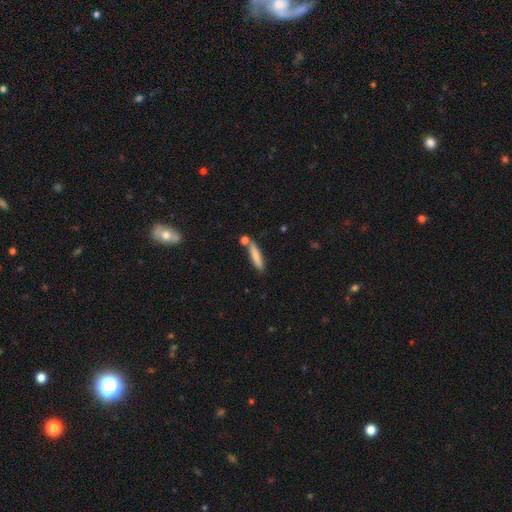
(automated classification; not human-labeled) Smooth or featured? smooth (78%)
How rounded? cigar-shaped (88%)
Merging? none (70%)